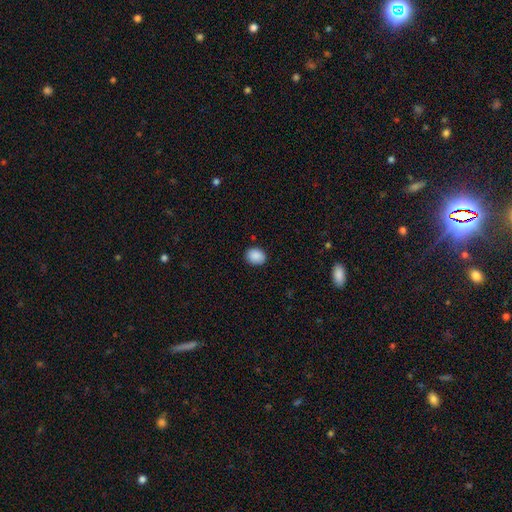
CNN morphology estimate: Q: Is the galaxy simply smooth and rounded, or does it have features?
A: smooth — 89%.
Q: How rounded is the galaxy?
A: in between — 50%.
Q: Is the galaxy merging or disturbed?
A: none — 88%.